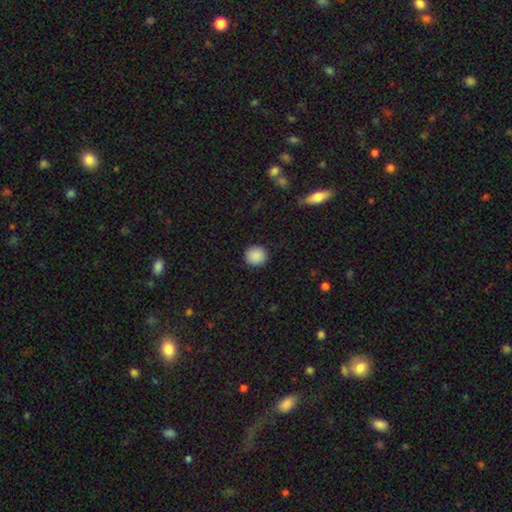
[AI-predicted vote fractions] Smooth or featured?
  - smooth: 89% *
  - star or artifact: 8%
  - featured or disk: 2%
How rounded?
  - round: 92% *
  - in between: 7%
  - cigar-shaped: 1%
Merging?
  - none: 92% *
  - minor disturbance: 5%
  - major disturbance: 2%
  - merger: 1%